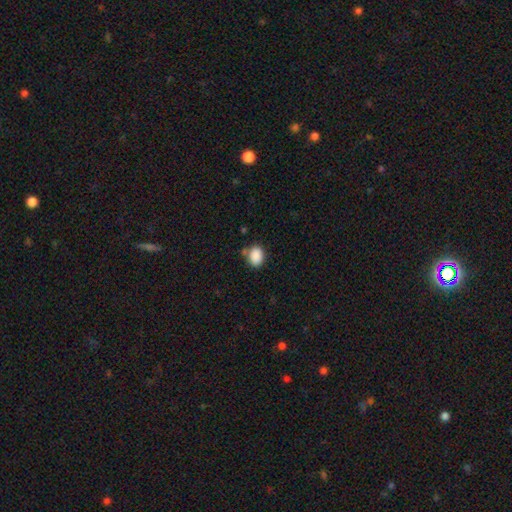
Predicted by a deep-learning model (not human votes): Q: Smooth or featured?
A: smooth (89%); runner-up: star or artifact (8%)
Q: How rounded?
A: in between (66%); runner-up: round (33%)
Q: Merging?
A: none (75%); runner-up: minor disturbance (16%)